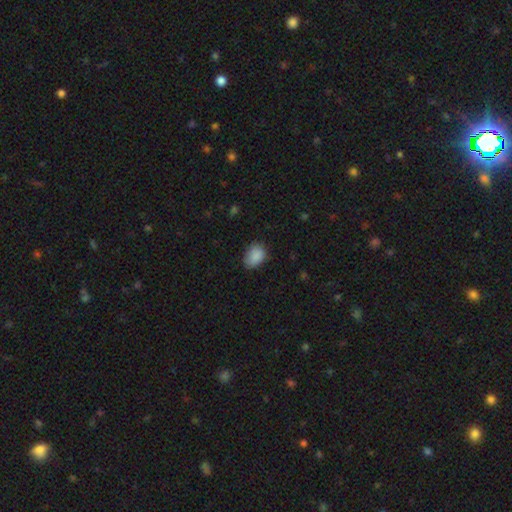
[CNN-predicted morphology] Smooth or featured? smooth (88%)
How rounded? in between (76%)
Merging? none (72%)